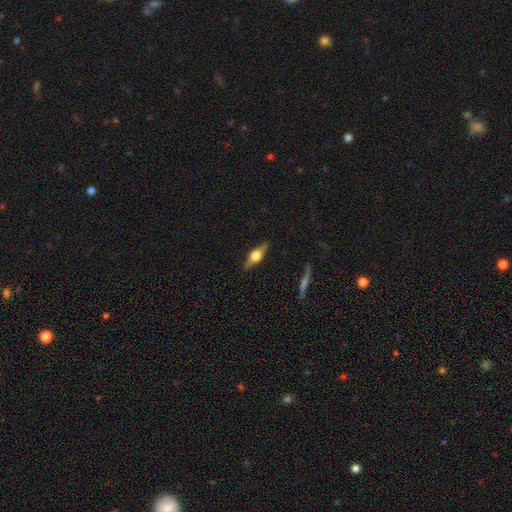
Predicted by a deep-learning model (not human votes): A featured or disk galaxy (71%) viewed edge-on (96%) with a rounded central bulge (94%).

Vote fractions:
- Smooth or featured? featured or disk: 71% / smooth: 22% / star or artifact: 7%
- Edge-on disk? yes: 96% / no: 4%
- Edge-on bulge? rounded: 94% / boxy: 5% / none: 1%
- Merging? none: 86% / minor disturbance: 10% / major disturbance: 2% / merger: 1%